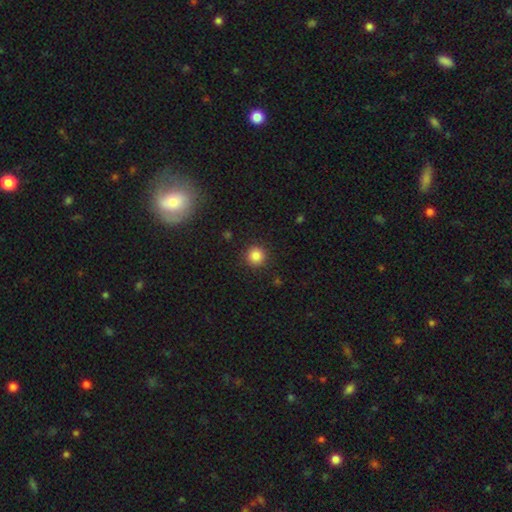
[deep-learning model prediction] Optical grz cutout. It shows a smooth galaxy with no disk features (85%) that is round (94%). Merging: none (90%).